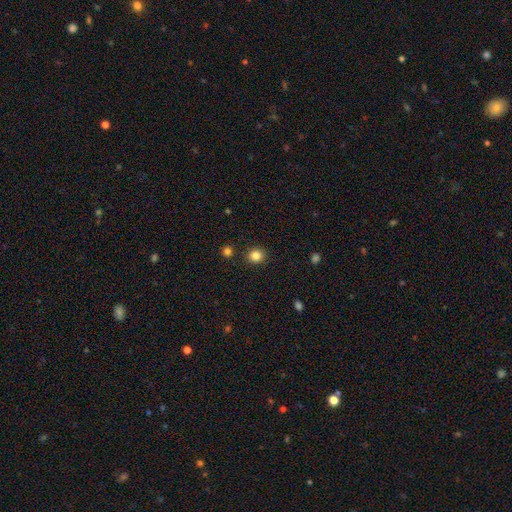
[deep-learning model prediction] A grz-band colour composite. It shows a smooth galaxy with no disk features (84%) that is round (83%). Merging: none (89%).